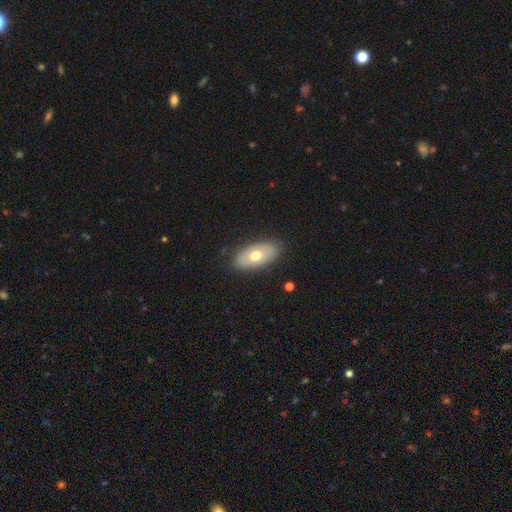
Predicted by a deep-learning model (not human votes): The model was most divided on "smooth or featured": smooth: 62%, featured or disk: 32%, star or artifact: 6%. More confident: how rounded — in between (92%); merging — none (85%).